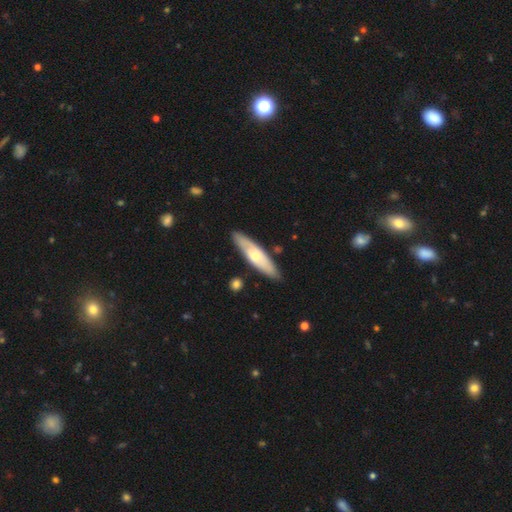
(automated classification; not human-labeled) Morphology: type=smooth (48%); merging=none (85%).